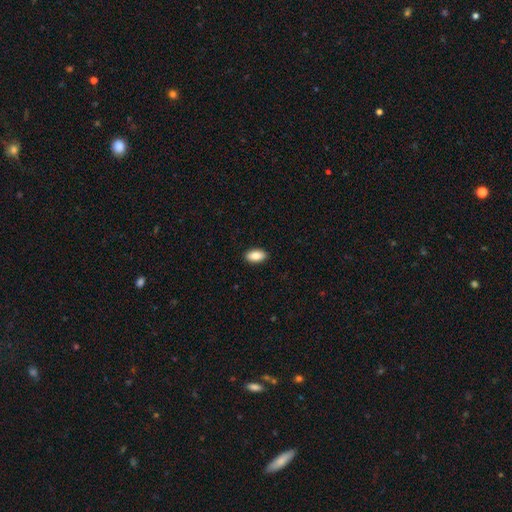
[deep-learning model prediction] A smooth galaxy with no disk features (87%) that is in between round and cigar-shaped (93%). Merging: none (91%).